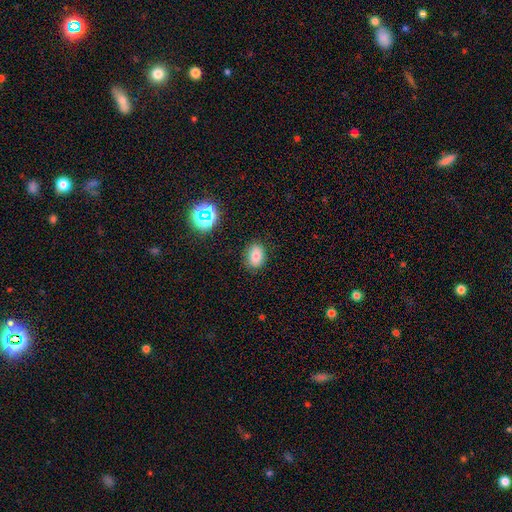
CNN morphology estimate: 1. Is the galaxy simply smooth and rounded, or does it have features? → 78% smooth, 13% star or artifact, 9% featured or disk.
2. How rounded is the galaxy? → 73% in between, 25% round, 1% cigar-shaped.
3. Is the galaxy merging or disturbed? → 83% none, 12% minor disturbance, 3% major disturbance, 1% merger.